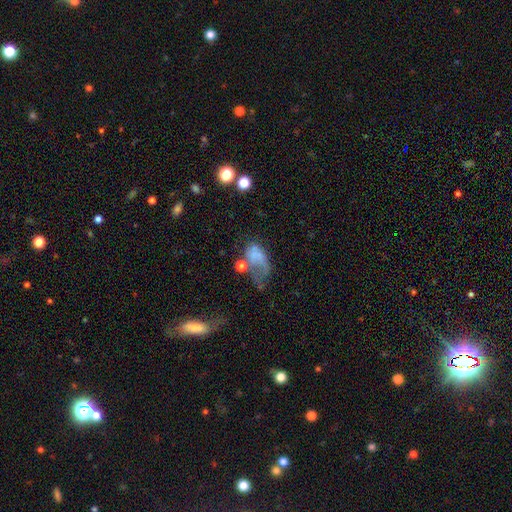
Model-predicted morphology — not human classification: A smooth galaxy with no disk features (48%).

Vote fractions:
- Smooth or featured? smooth: 48% / featured or disk: 37% / star or artifact: 14%
- Merging? major disturbance: 52% / none: 17% / minor disturbance: 17% / merger: 14%